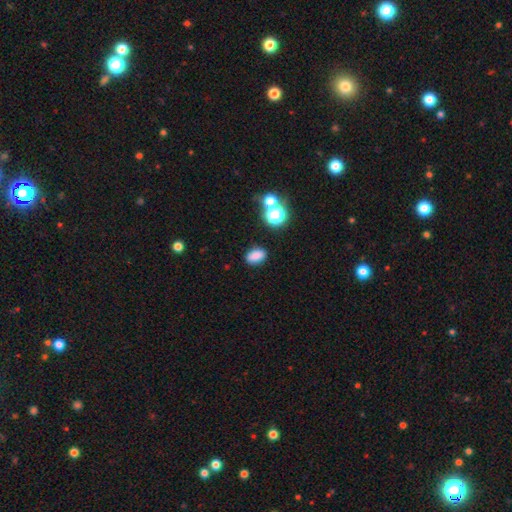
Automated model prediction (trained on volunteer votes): This is clearly a smooth galaxy (83%). How rounded: clearly in between (84%). Merging: clearly none (86%).